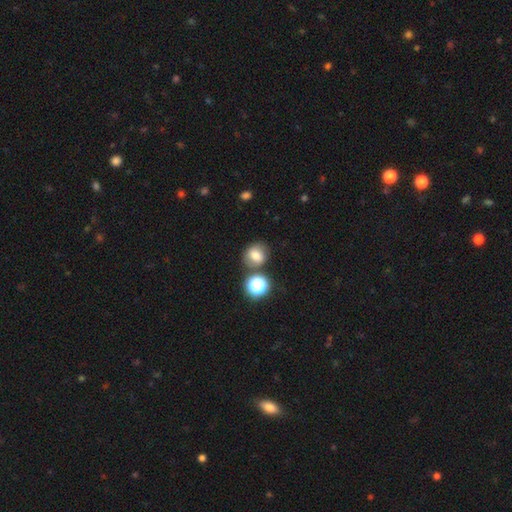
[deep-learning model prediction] A smooth galaxy with no disk features (71%) that is round (68%). Merging: none (68%).